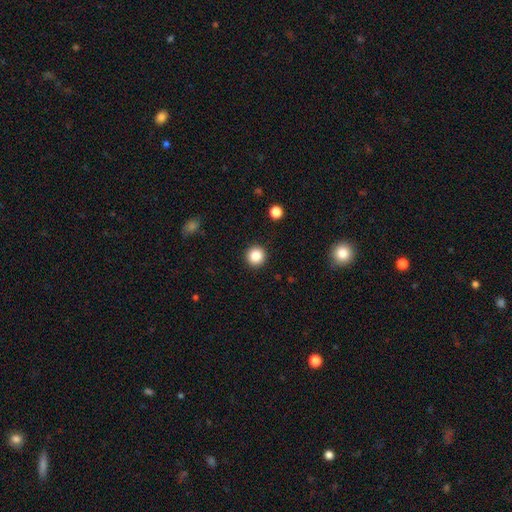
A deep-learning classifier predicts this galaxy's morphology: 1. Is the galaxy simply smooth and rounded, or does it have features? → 86% smooth, 10% star or artifact, 4% featured or disk.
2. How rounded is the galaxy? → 95% round, 4% in between, 1% cigar-shaped.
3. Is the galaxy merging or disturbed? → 93% none, 5% minor disturbance, 2% major disturbance, 1% merger.